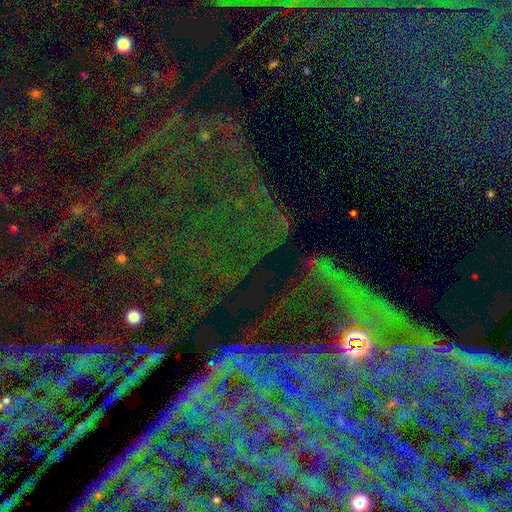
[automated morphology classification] A star or artifact, not a galaxy (69%).